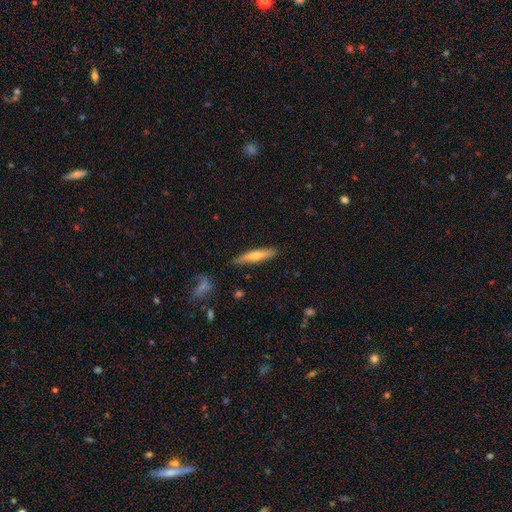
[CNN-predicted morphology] Q: Smooth or featured?
A: smooth (49%); runner-up: featured or disk (45%)
Q: Merging?
A: none (85%); runner-up: minor disturbance (11%)